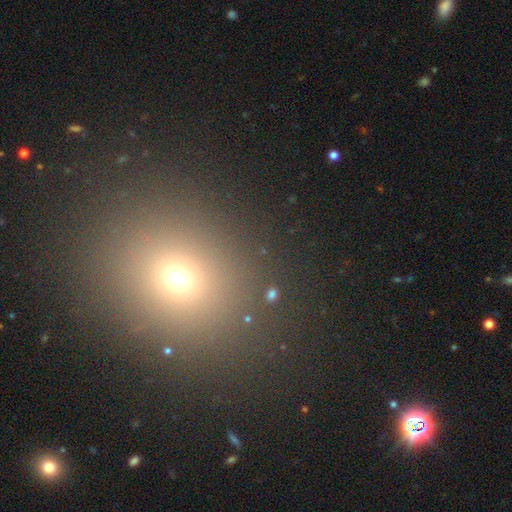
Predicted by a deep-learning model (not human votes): The model was most divided on "smooth or featured": smooth: 62%, star or artifact: 30%, featured or disk: 8%. More confident: merging — none (88%); how rounded — round (68%).